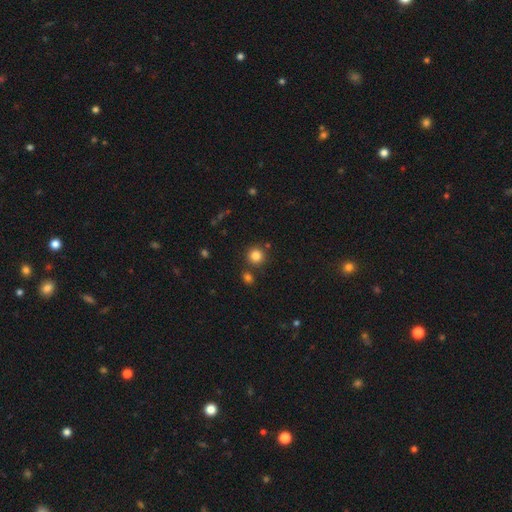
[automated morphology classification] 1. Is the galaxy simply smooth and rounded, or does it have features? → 82% smooth, 12% star or artifact, 5% featured or disk.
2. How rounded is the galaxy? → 93% round, 6% in between, 1% cigar-shaped.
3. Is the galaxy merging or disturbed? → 81% none, 9% merger, 7% minor disturbance, 3% major disturbance.